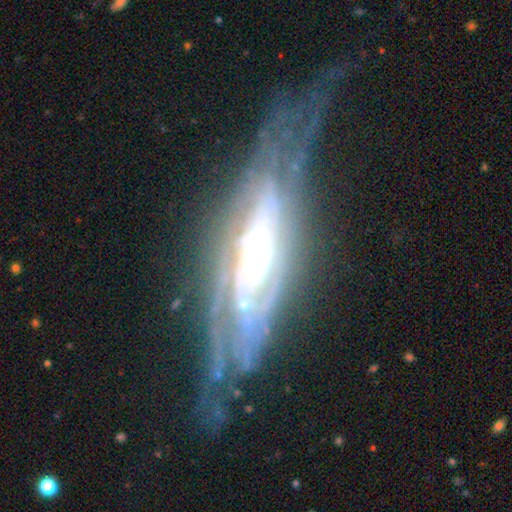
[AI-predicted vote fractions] This is clearly a featured or disk galaxy (87%). It is likely not viewed edge-on (66%). Bar: likely no (62%). Spiral arm pattern: clearly yes (83%). Central bulge: likely moderate (62%). Merging: possibly none (54%).